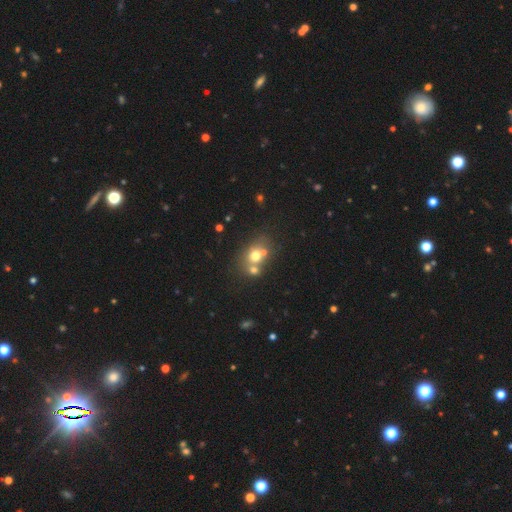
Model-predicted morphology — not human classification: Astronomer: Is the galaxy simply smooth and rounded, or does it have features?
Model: smooth — 64%.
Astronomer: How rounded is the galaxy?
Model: round — 63%.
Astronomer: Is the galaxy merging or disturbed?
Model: merger — 45% (runner-up: none, 41%).